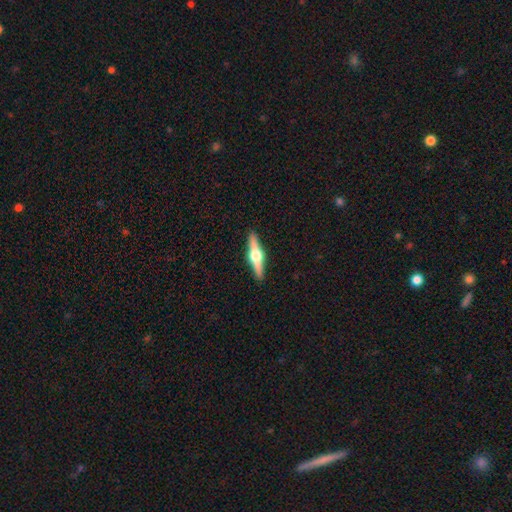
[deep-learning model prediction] smooth-or-featured: featured or disk: 75% | smooth: 20% | star or artifact: 5%
  disk-edge-on: yes: 98% | no: 2%
    edge-on-bulge: rounded: 96% | boxy: 3% | none: 1%
  merging: none: 92% | minor disturbance: 6% | major disturbance: 1% | merger: 1%